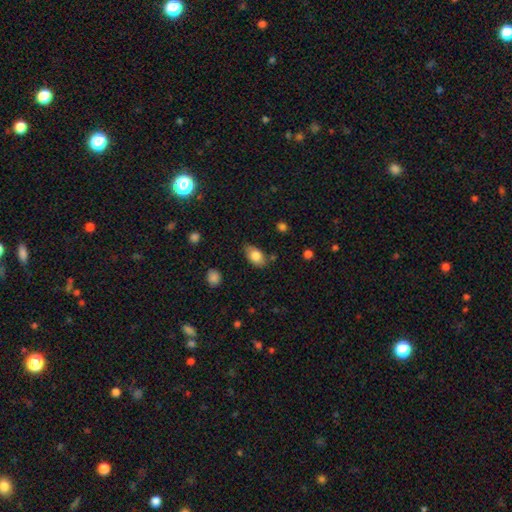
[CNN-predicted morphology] Smooth or featured? smooth (81%)
How rounded? in between (89%)
Merging? none (72%)